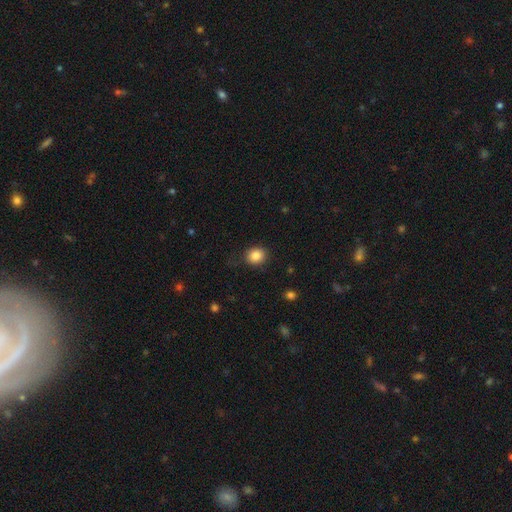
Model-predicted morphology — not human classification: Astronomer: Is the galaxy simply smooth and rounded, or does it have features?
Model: smooth — 86%.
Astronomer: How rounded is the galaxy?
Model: round — 77%.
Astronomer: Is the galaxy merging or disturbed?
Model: none — 84%.